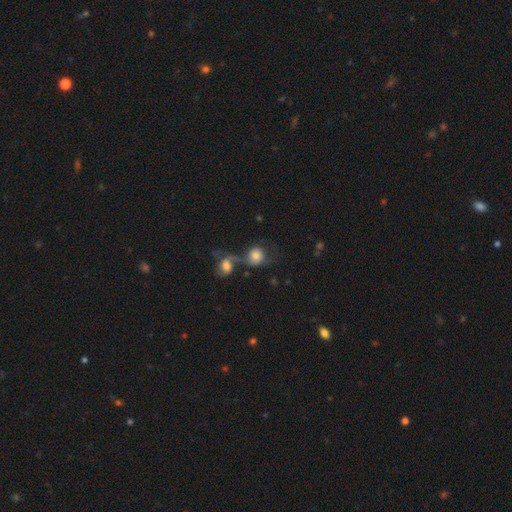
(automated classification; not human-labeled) This is likely a smooth galaxy (70%). How rounded: likely round (76%). Merging: possibly merger (58%).